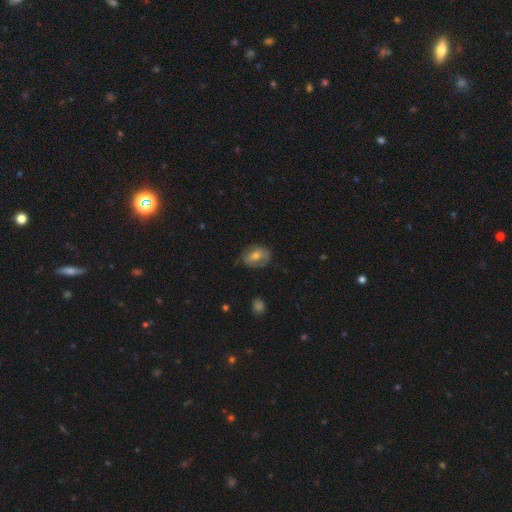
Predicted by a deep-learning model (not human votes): Q: Smooth or featured?
A: featured or disk (47%); runner-up: smooth (44%)
Q: Merging?
A: none (67%); runner-up: minor disturbance (23%)